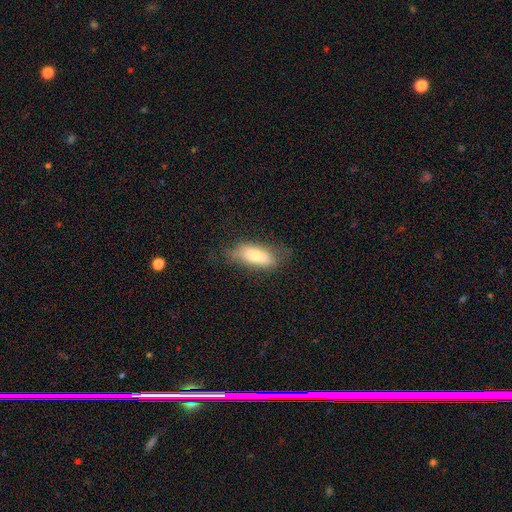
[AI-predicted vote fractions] smooth-or-featured: smooth: 71% | featured or disk: 22% | star or artifact: 7%
  how-rounded: in between: 78% | cigar-shaped: 19% | round: 3%
  merging: none: 62% | minor disturbance: 26% | major disturbance: 11% | merger: 1%